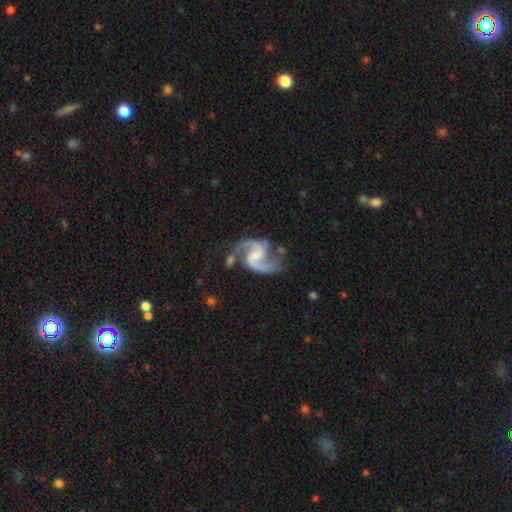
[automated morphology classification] smooth_or_featured: featured or disk (p=0.93) [alt: star or artifact p=0.04]
disk_edge_on: no (p=0.98) [alt: yes p=0.02]
bar: weak (p=0.51) [alt: no p=0.29]
has_spiral_arms: yes (p=0.98) [alt: no p=0.02]
spiral_winding: medium (p=0.55) [alt: loose p=0.37]
spiral_arm_count: 2 (p=0.94) [alt: can't tell p=0.01]
bulge_size: none (p=0.38) [alt: small p=0.33]
merging: none (p=0.62) [alt: minor disturbance p=0.19]